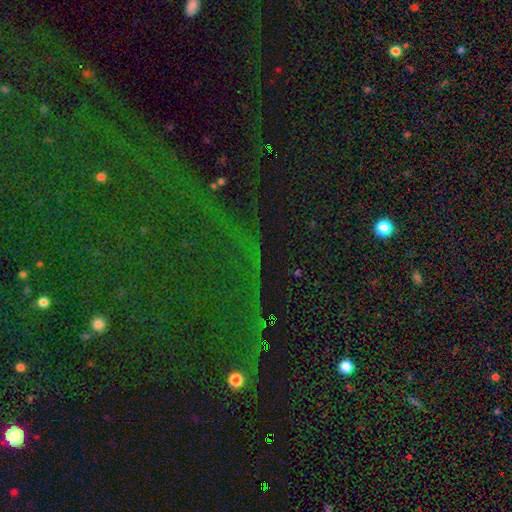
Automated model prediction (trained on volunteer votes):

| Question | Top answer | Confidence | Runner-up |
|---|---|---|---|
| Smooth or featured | star or artifact | 84% | smooth (9%) |